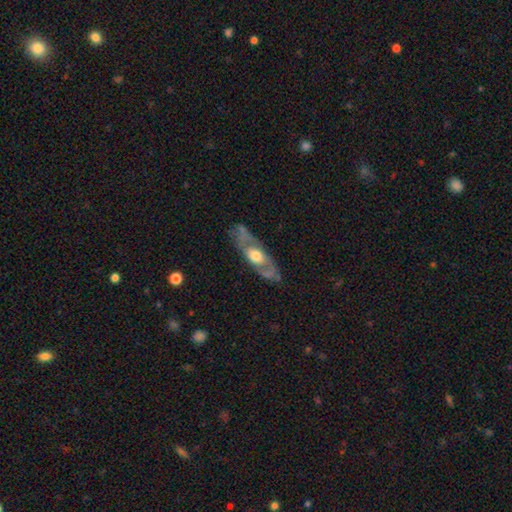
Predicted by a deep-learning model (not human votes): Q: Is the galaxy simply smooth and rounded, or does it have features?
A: featured or disk — 67%.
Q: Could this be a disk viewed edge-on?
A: no — 70%.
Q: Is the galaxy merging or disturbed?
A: none — 72%.